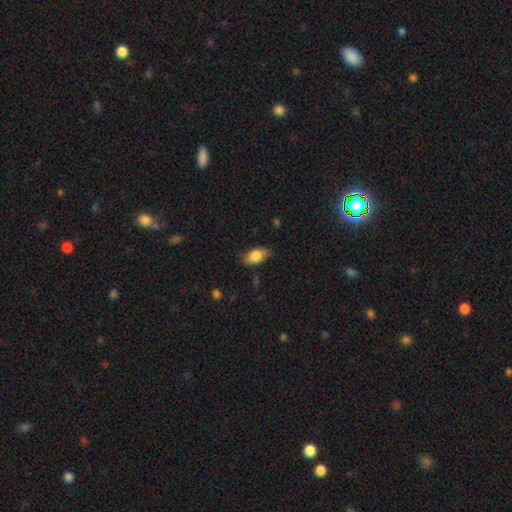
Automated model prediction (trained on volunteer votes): The model was most divided on "merging": none: 79%, minor disturbance: 16%, major disturbance: 3%, merger: 1%. More confident: how rounded — in between (91%); smooth or featured — smooth (84%).